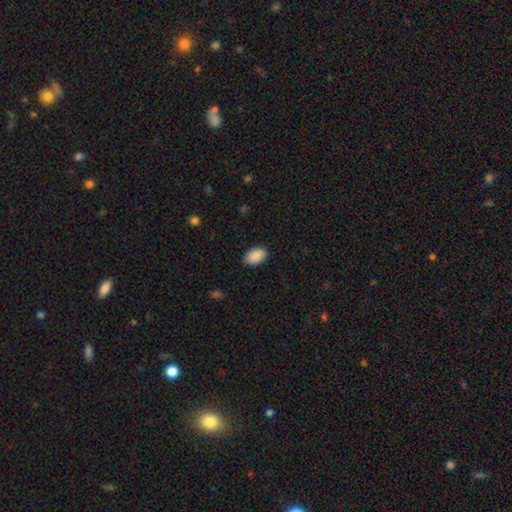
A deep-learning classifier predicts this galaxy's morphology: smooth-or-featured: smooth: 90% | star or artifact: 7% | featured or disk: 3%
  how-rounded: in between: 92% | round: 6% | cigar-shaped: 1%
  merging: none: 85% | minor disturbance: 11% | major disturbance: 2% | merger: 1%